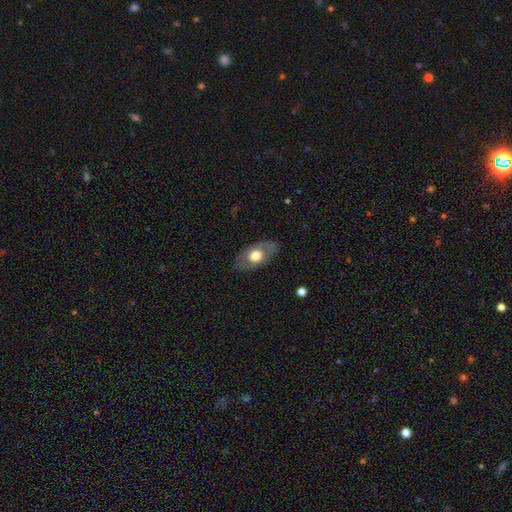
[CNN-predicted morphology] This appears to be a smooth galaxy with no disk features (55%) that is in between round and cigar-shaped (85%). Merging: none (79%).